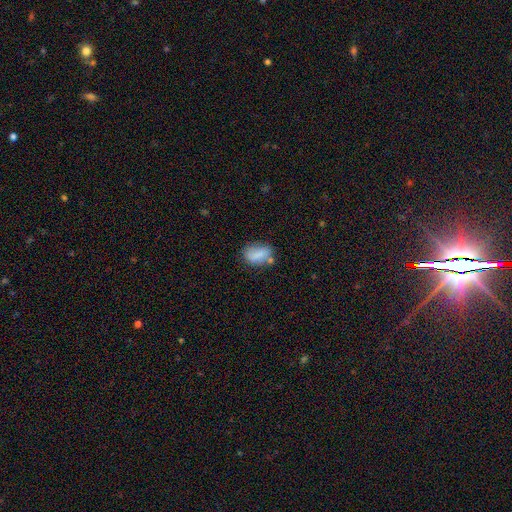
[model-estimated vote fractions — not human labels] Smooth or featured: smooth — 78% (featured or disk — 13%)
How rounded: in between — 82% (round — 14%)
Merging: none — 55% (minor disturbance — 25%)